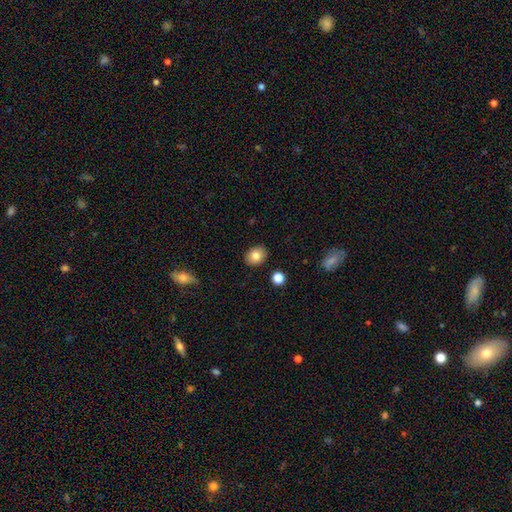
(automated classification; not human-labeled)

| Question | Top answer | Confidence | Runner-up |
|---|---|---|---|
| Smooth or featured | smooth | 81% | featured or disk (10%) |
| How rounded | in between | 55% | round (44%) |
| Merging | none | 89% | minor disturbance (8%) |